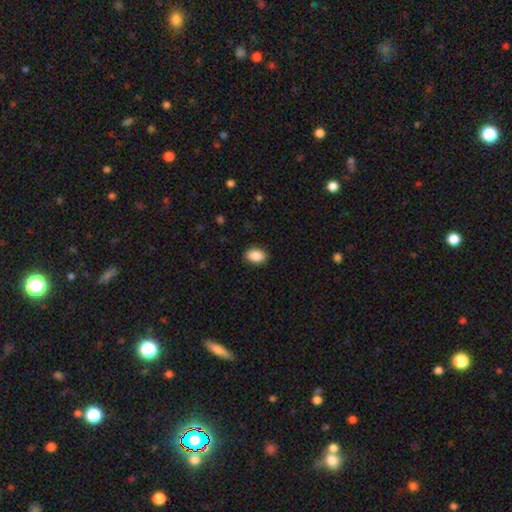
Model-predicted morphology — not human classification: Smooth or featured? Predicted: smooth (p=0.89). How rounded? Predicted: in between (p=0.88). Merging? Predicted: none (p=0.89).